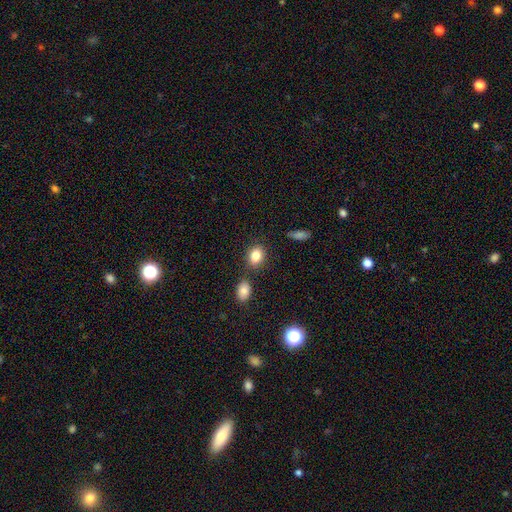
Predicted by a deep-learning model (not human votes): Morphology: type=smooth (83%); roundness=in between (61%); merging=none (75%).